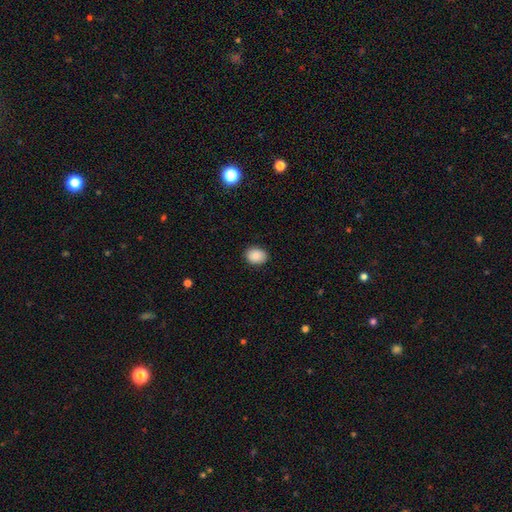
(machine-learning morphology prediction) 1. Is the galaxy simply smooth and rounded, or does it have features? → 87% smooth, 8% star or artifact, 5% featured or disk.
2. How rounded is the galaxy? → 60% in between, 39% round, 1% cigar-shaped.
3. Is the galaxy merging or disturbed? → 88% none, 9% minor disturbance, 2% major disturbance, 1% merger.